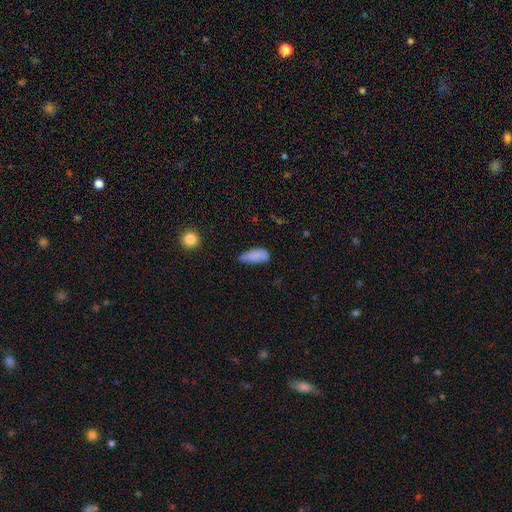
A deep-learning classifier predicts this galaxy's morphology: Q: Smooth or featured?
A: smooth (80%); runner-up: featured or disk (11%)
Q: How rounded?
A: in between (80%); runner-up: cigar-shaped (17%)
Q: Merging?
A: minor disturbance (43%); runner-up: none (36%)